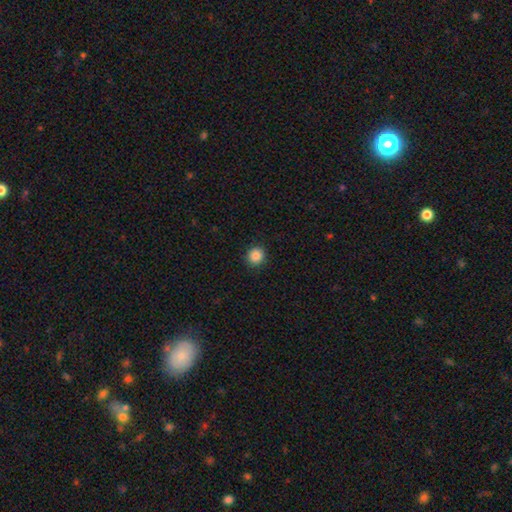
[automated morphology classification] Smooth or featured?
  - smooth: 87% *
  - star or artifact: 10%
  - featured or disk: 3%
How rounded?
  - round: 88% *
  - in between: 11%
  - cigar-shaped: 1%
Merging?
  - none: 91% *
  - minor disturbance: 6%
  - major disturbance: 2%
  - merger: 1%